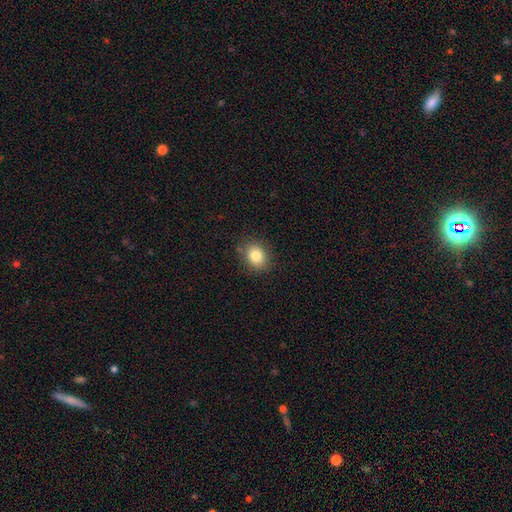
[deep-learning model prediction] Smooth or featured?
  - smooth: 82% *
  - star or artifact: 10%
  - featured or disk: 8%
How rounded?
  - round: 58% *
  - in between: 41%
  - cigar-shaped: 1%
Merging?
  - none: 84% *
  - minor disturbance: 11%
  - major disturbance: 3%
  - merger: 1%